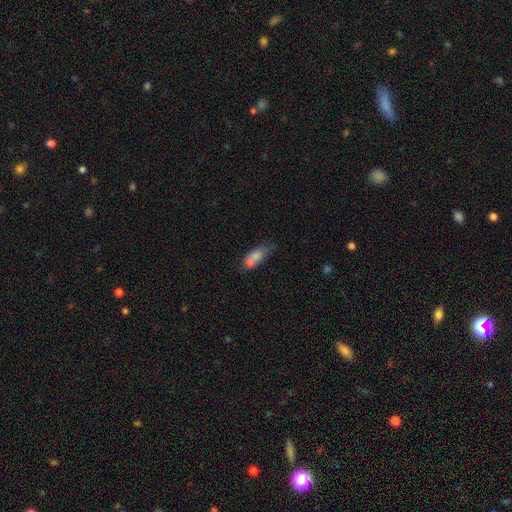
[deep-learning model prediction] Smooth or featured?
  - smooth: 67% *
  - featured or disk: 23%
  - star or artifact: 10%
How rounded?
  - in between: 70% *
  - cigar-shaped: 20%
  - round: 10%
Merging?
  - merger: 46% *
  - none: 30%
  - minor disturbance: 16%
  - major disturbance: 9%